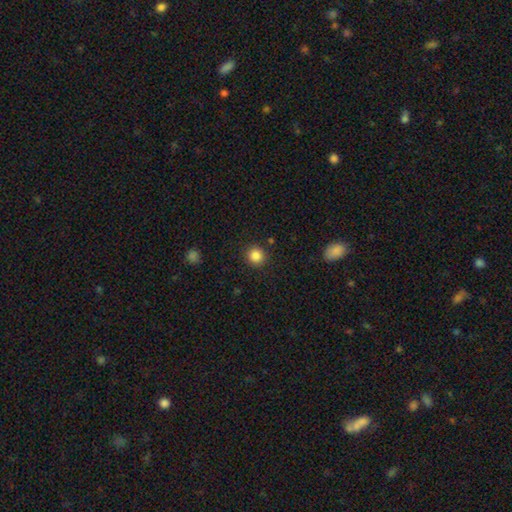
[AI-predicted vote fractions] This appears to be a smooth galaxy with no disk features (85%) that is round (93%). Merging: none (91%).